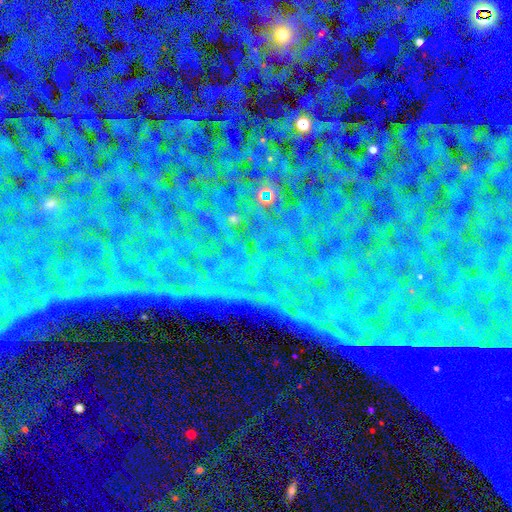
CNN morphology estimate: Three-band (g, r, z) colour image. It shows a star or artifact, not a galaxy (87%).